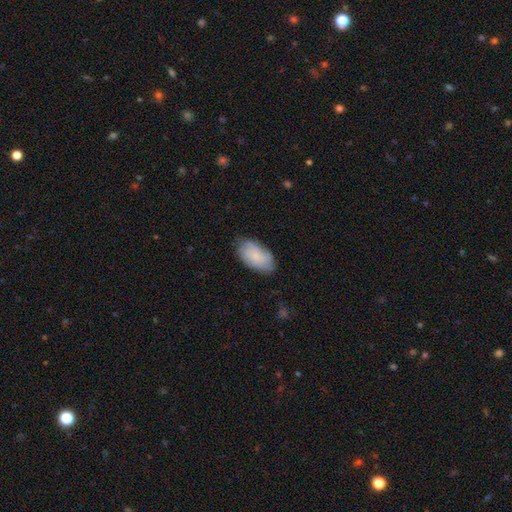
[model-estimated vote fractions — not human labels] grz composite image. It shows a smooth galaxy with no disk features (70%) that is in between round and cigar-shaped (94%). Merging: none (72%).